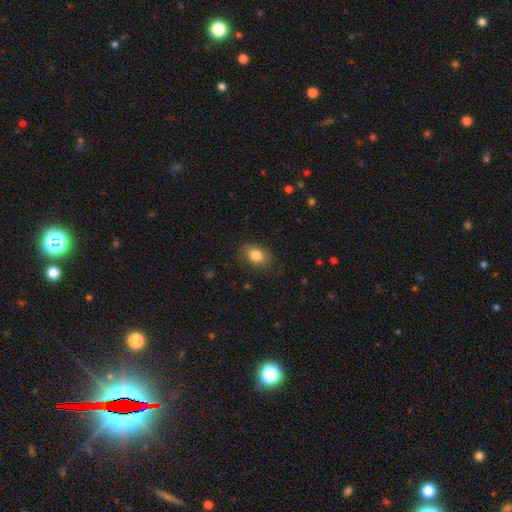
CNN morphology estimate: Overall: smooth (83%). How rounded: in between (70%). Merging: none (78%).